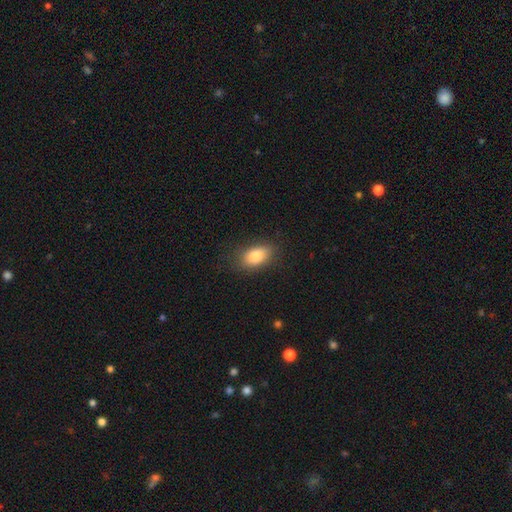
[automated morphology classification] Smooth or featured? smooth (85%)
How rounded? in between (89%)
Merging? none (83%)